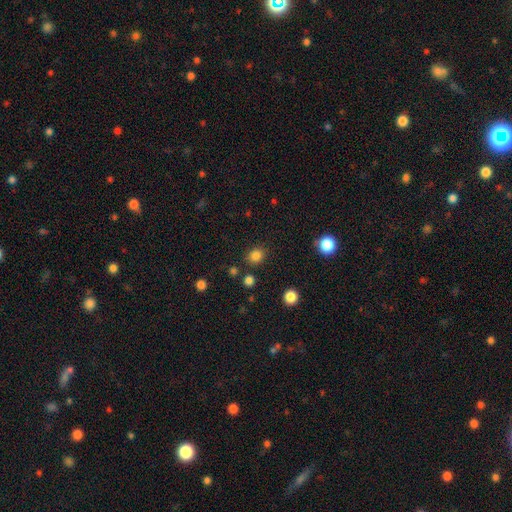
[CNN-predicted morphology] type=smooth (83%); roundness=round (71%); merging=none (85%).